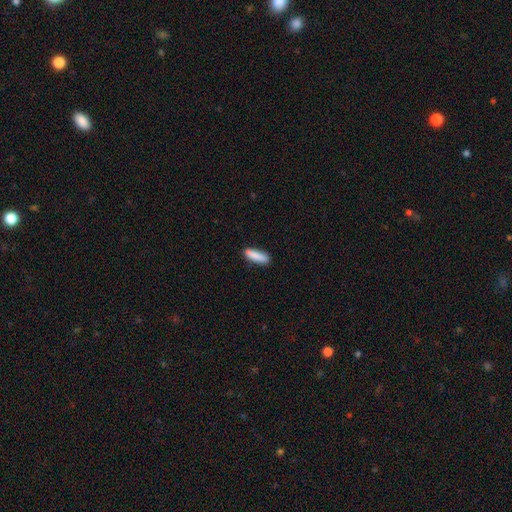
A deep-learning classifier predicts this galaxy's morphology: The model was most divided on "how rounded": cigar-shaped: 66%, in between: 32%, round: 2%. More confident: smooth or featured — smooth (88%); merging — none (85%).